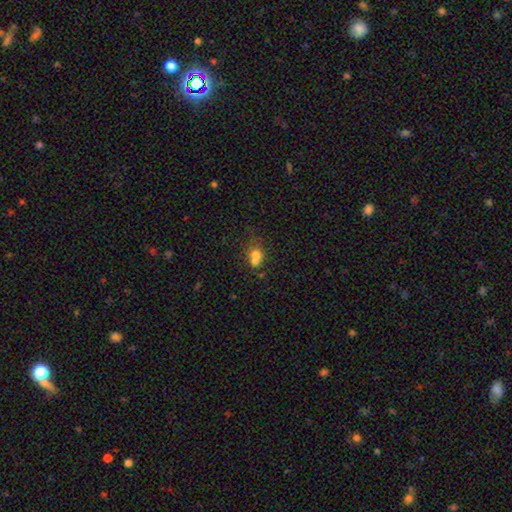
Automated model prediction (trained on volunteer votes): This is likely a smooth galaxy (68%). How rounded: likely round (71%). Merging: possibly merger (57%).